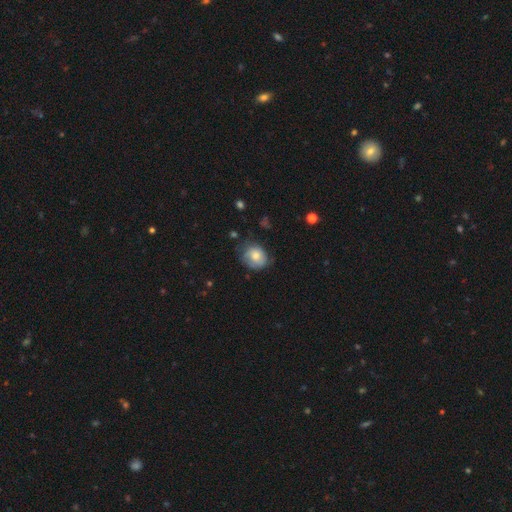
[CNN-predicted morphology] Q: Smooth or featured?
A: smooth (69%); runner-up: featured or disk (23%)
Q: How rounded?
A: round (62%); runner-up: in between (38%)
Q: Merging?
A: none (58%); runner-up: minor disturbance (30%)